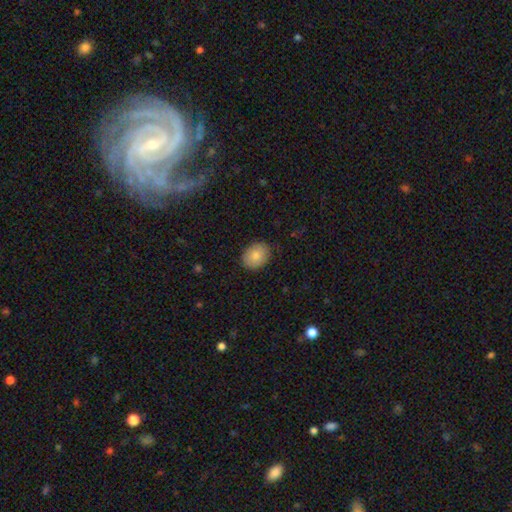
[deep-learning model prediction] The model was most divided on "how rounded": in between: 66%, round: 33%, cigar-shaped: 1%. More confident: merging — none (85%); smooth or featured — smooth (82%).